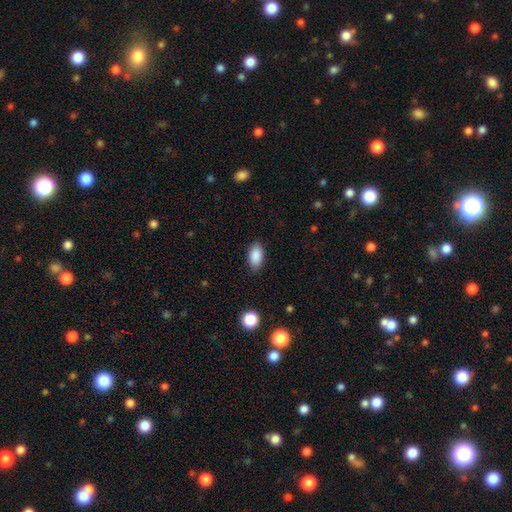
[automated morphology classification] Overall: smooth (89%). How rounded: in between (93%). Merging: none (85%).